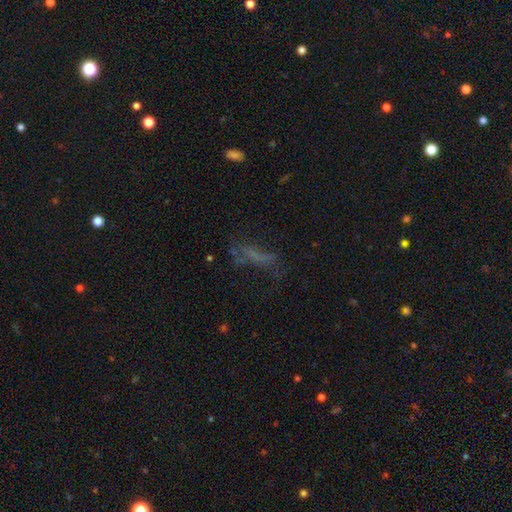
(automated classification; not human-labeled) Smooth or featured? smooth (40%)
Merging? none (45%)